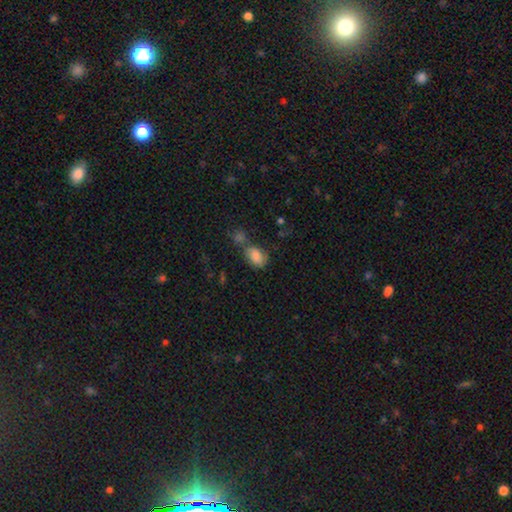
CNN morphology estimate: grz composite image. It shows a smooth galaxy with no disk features (82%) that is in between round and cigar-shaped (81%). Merging: none (46%).